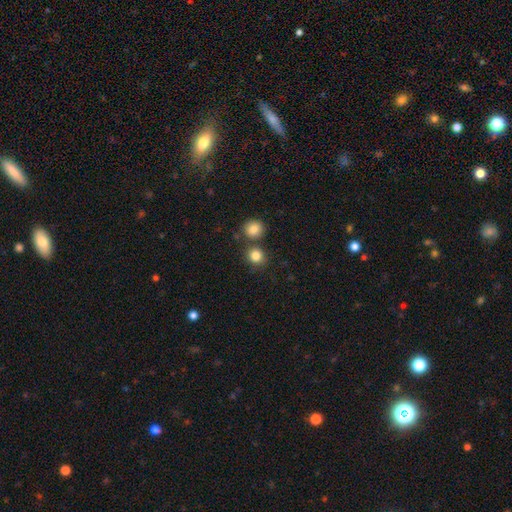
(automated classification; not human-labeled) Overall: smooth (83%). How rounded: round (88%). Merging: none (74%).